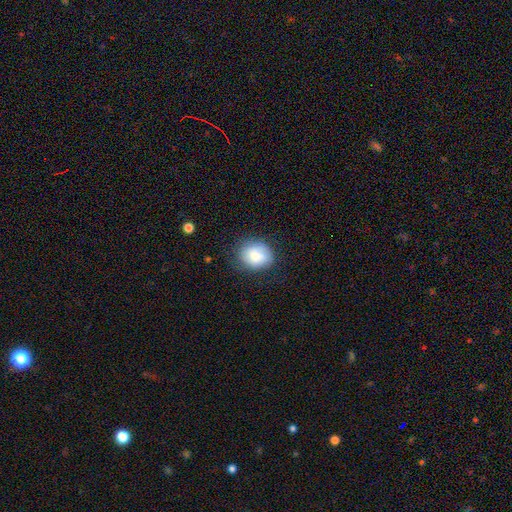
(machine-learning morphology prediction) This is likely a smooth galaxy (78%). How rounded: possibly round (58%). Merging: likely none (75%).